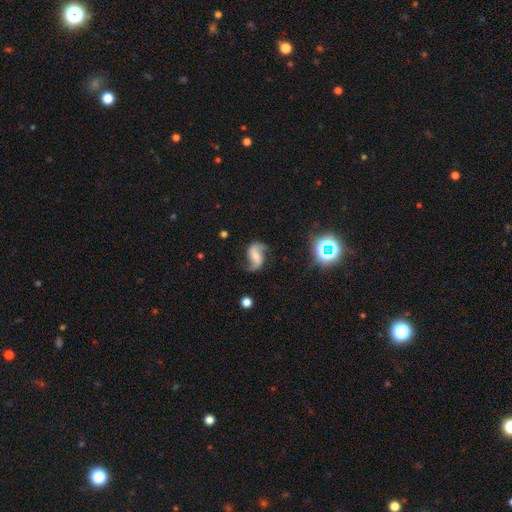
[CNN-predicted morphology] A featured or disk galaxy (81%) with a weak bar (41%), 2 (92%) loose (71%) spiral arms (95%) and a small central bulge (44%).

Vote fractions:
- Smooth or featured? featured or disk: 81% / smooth: 10% / star or artifact: 9%
- Edge-on disk? no: 97% / yes: 3%
- Bar? weak: 41% / no: 30% / strong: 29%
- Spiral arms? yes: 95% / no: 5%
- Spiral winding? loose: 71% / medium: 23% / tight: 6%
- Spiral arm count? 2: 92% / 1: 3% / can't tell: 2% / 3: 1% / 4: 1% / more than 4: 1%
- Bulge size? small: 44% / moderate: 34% / none: 15% / large: 5% / dominant: 2%
- Merging? none: 72% / minor disturbance: 17% / major disturbance: 9% / merger: 2%